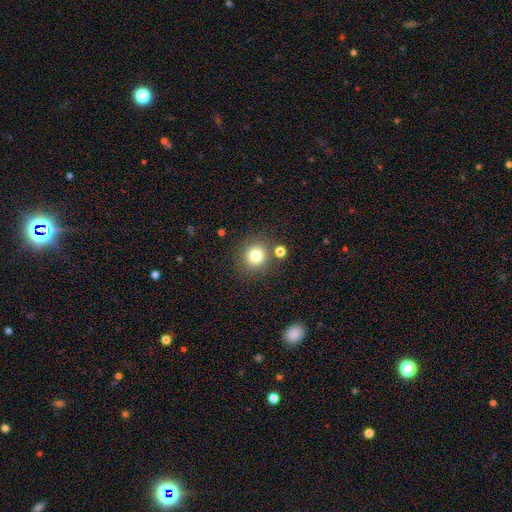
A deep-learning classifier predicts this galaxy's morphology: Q: Smooth or featured?
A: smooth (79%); runner-up: star or artifact (13%)
Q: How rounded?
A: round (90%); runner-up: in between (9%)
Q: Merging?
A: none (80%); runner-up: merger (8%)